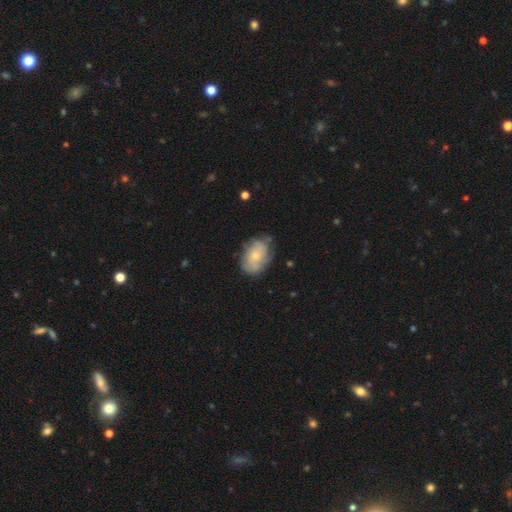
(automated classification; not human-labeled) smooth 53%, featured or disk 40%, star or artifact 7%. Down the decision tree: how rounded — in between (80%); merging — none (63%).